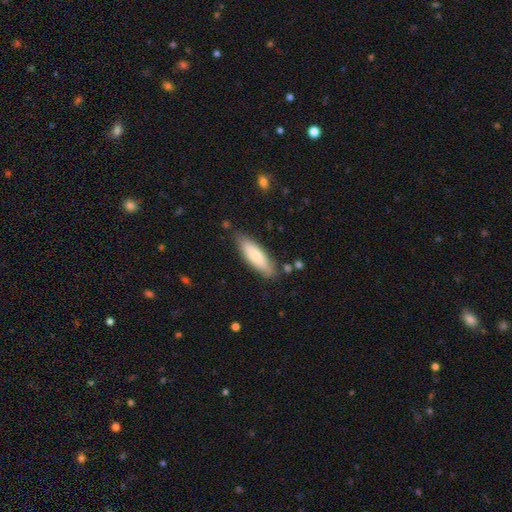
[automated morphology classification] smooth 72%, featured or disk 23%, star or artifact 6%. Down the decision tree: how rounded — in between (52%); merging — none (80%).